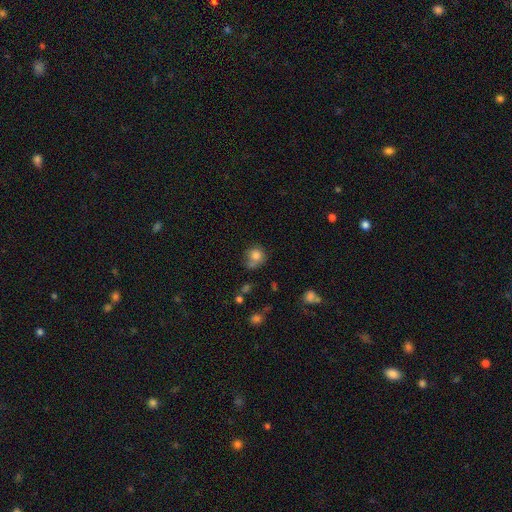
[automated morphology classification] Smooth or featured?
  - smooth: 80% *
  - featured or disk: 10%
  - star or artifact: 10%
How rounded?
  - round: 77% *
  - in between: 22%
  - cigar-shaped: 1%
Merging?
  - none: 49% *
  - minor disturbance: 27%
  - major disturbance: 12%
  - merger: 12%